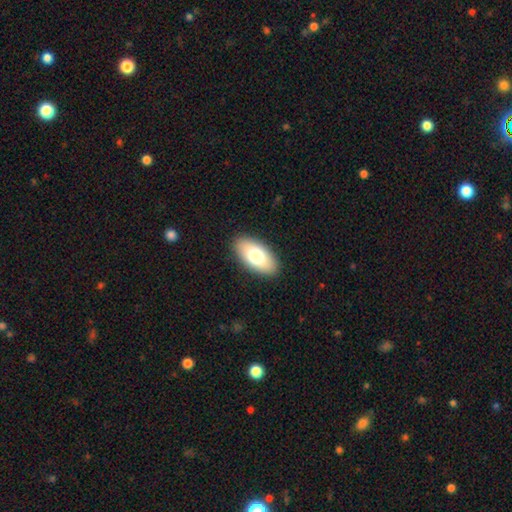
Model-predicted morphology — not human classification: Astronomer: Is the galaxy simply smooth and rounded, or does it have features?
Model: smooth — 74%.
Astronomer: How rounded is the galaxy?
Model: in between — 93%.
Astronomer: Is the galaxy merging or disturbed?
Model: none — 90%.